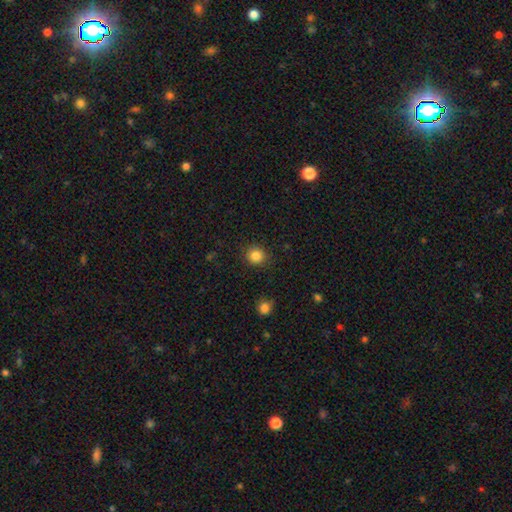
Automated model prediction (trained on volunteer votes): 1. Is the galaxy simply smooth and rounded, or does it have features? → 85% smooth, 11% star or artifact, 4% featured or disk.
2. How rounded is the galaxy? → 89% round, 10% in between, 1% cigar-shaped.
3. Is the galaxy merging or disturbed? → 88% none, 8% minor disturbance, 3% major disturbance, 1% merger.